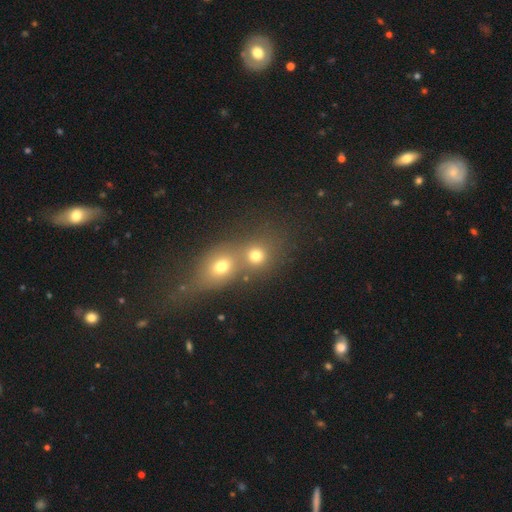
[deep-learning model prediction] smooth 73%, star or artifact 16%, featured or disk 11%. Down the decision tree: how rounded — round (73%); merging — merger (56%).